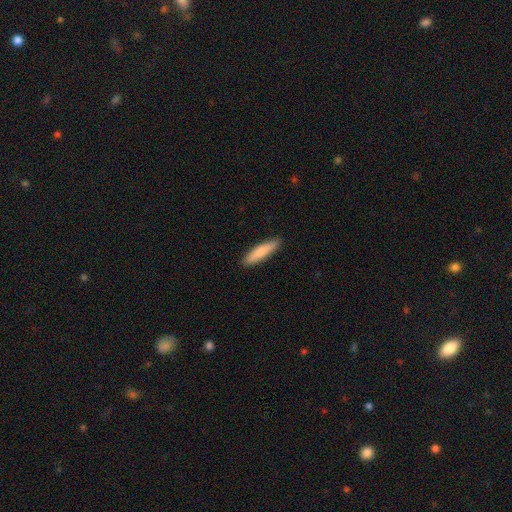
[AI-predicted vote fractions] A smooth galaxy with no disk features (82%) that is cigar-shaped (83%). Merging: none (91%).